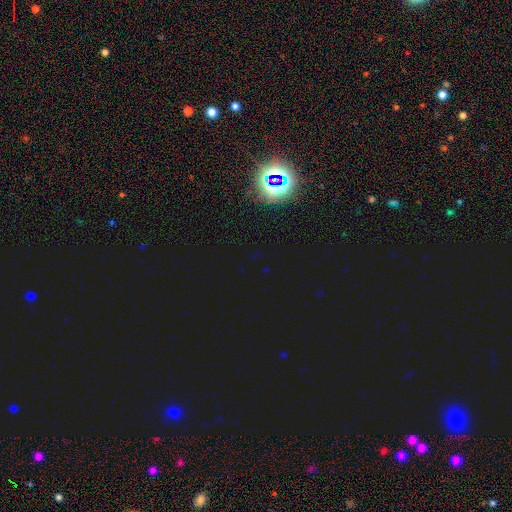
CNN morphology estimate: Q: Smooth or featured?
A: star or artifact (78%); runner-up: smooth (14%)